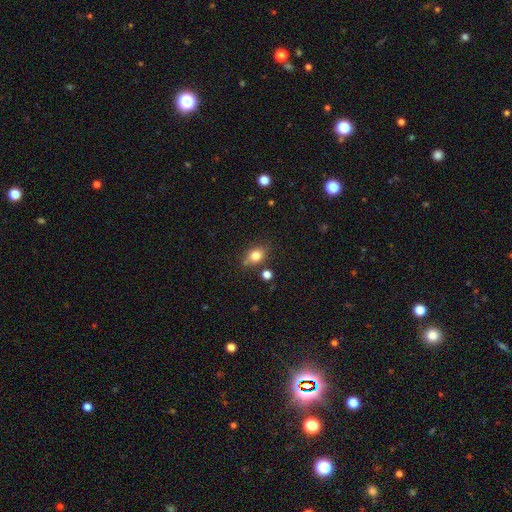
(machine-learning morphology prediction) smooth-or-featured: smooth: 80% | star or artifact: 11% | featured or disk: 9%
  how-rounded: in between: 60% | round: 38% | cigar-shaped: 2%
  merging: none: 74% | minor disturbance: 15% | merger: 7% | major disturbance: 4%